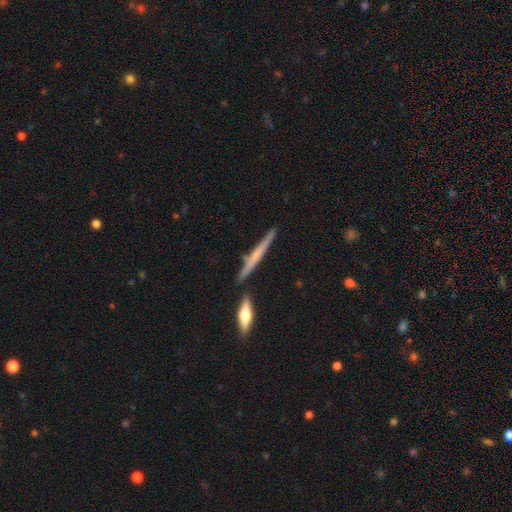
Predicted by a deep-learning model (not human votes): This appears to be a featured or disk galaxy (55%) viewed edge-on (97%) with no central bulge (55%). Merging: none (83%).